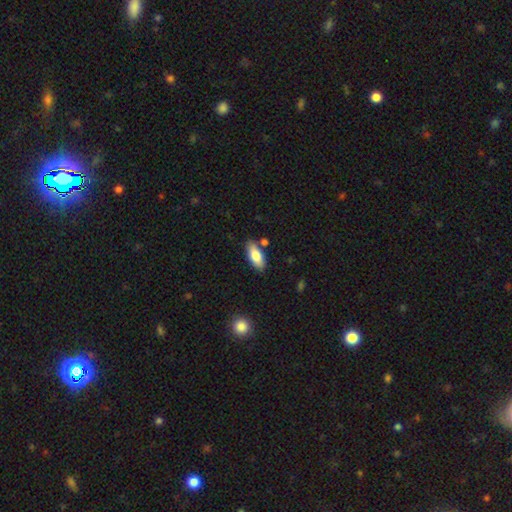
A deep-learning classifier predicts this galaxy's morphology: smooth 78%, featured or disk 16%, star or artifact 6%. Down the decision tree: how rounded — in between (81%); merging — none (80%).